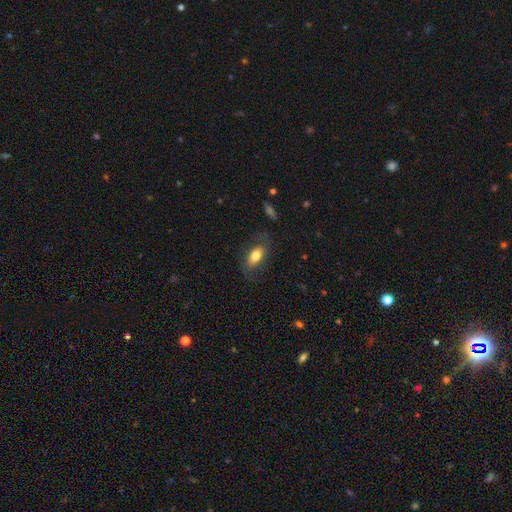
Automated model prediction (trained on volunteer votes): The model was most divided on "smooth or featured": smooth: 71%, featured or disk: 22%, star or artifact: 7%. More confident: how rounded — in between (88%); merging — none (73%).